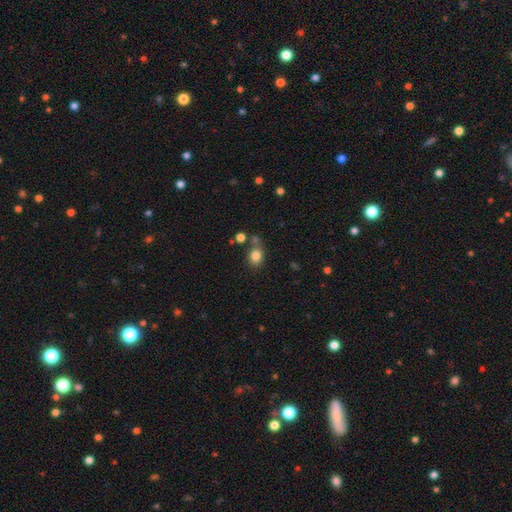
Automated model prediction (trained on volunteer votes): Smooth or featured: smooth — 82% (star or artifact — 11%)
How rounded: round — 64% (in between — 35%)
Merging: none — 68% (merger — 15%)